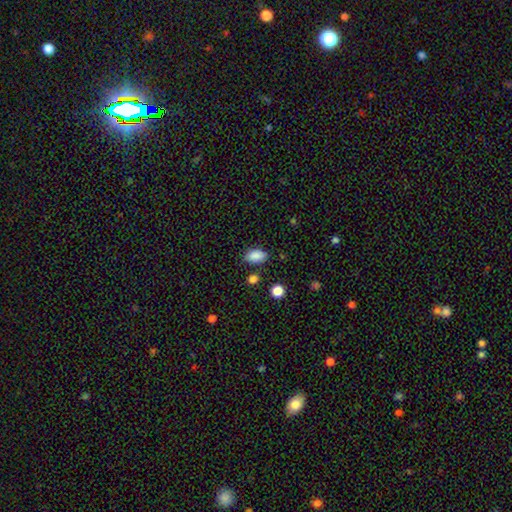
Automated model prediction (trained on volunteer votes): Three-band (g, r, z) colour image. It shows a smooth galaxy with no disk features (87%) that is in between round and cigar-shaped (91%). Merging: none (79%).